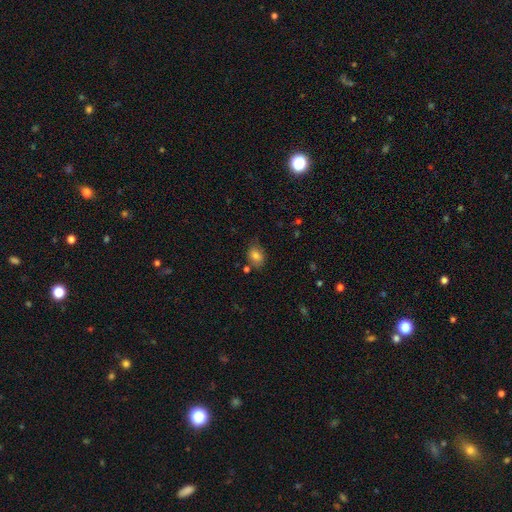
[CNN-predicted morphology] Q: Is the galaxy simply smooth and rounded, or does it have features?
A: smooth — 78%.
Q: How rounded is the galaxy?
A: in between — 64%.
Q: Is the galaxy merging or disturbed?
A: none — 68%.